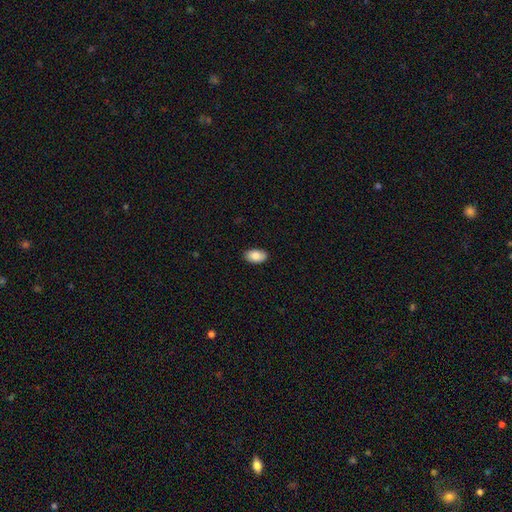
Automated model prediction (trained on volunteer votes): The model was most divided on "merging": none: 88%, minor disturbance: 9%, major disturbance: 2%, merger: 1%. More confident: how rounded — in between (93%); smooth or featured — smooth (87%).